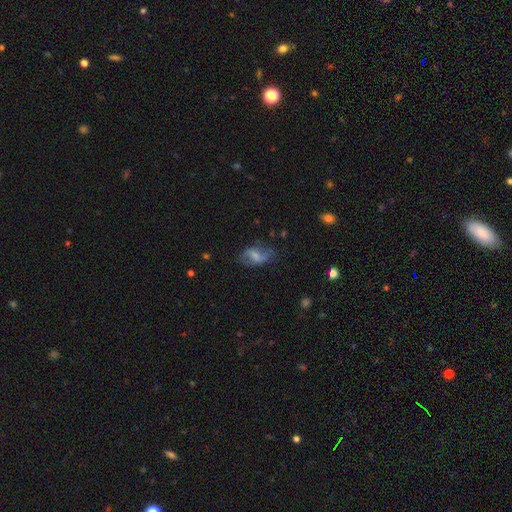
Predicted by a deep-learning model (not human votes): Smooth or featured? Predicted: featured or disk (p=0.47). Merging? Predicted: none (p=0.58).